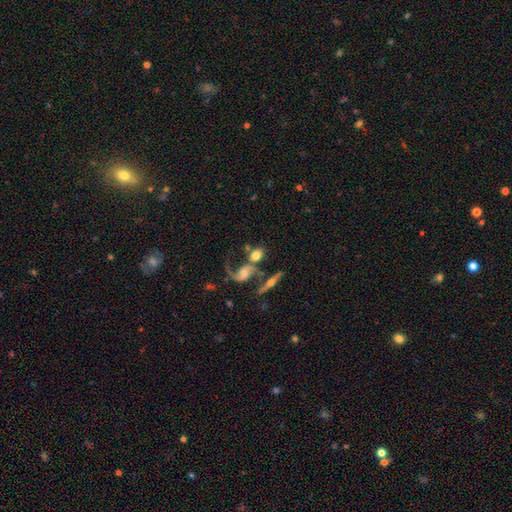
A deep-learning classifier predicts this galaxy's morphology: Overall: featured or disk (47%; smooth 44%). Merging: none (40%; merger 39%).